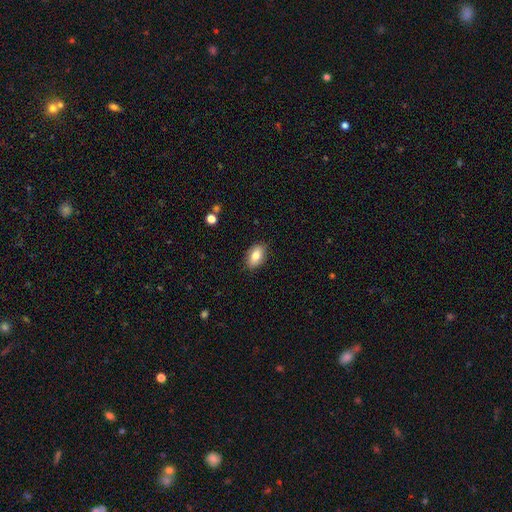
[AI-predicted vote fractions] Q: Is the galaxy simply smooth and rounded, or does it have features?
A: smooth — 78%.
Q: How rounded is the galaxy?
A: in between — 89%.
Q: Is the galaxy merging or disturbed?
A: none — 86%.